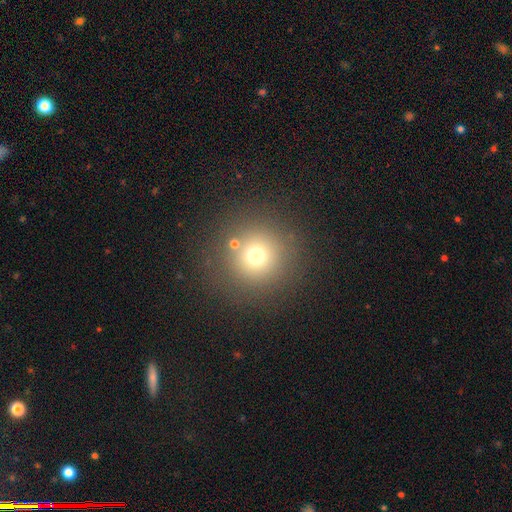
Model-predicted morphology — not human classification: This appears to be a smooth galaxy with no disk features (69%) that is round (95%). Merging: none (83%).